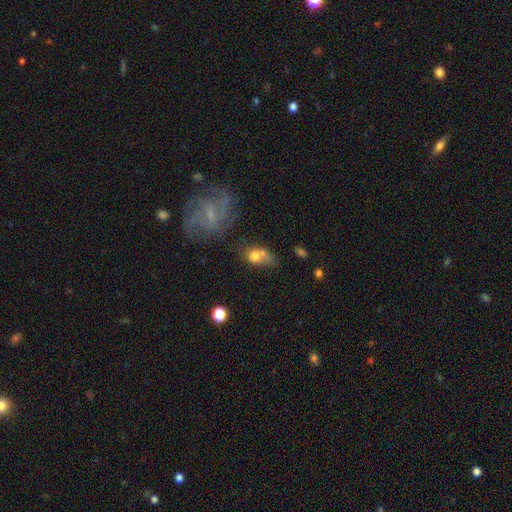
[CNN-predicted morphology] Smooth or featured? smooth (69%)
How rounded? in between (57%)
Merging? merger (41%)